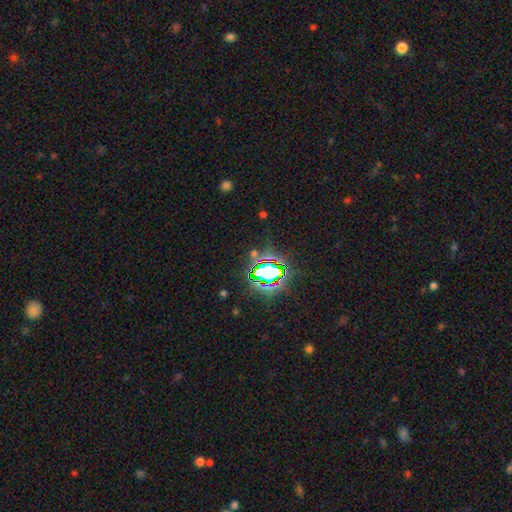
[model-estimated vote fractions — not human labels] Morphology: type=star or artifact (77%).